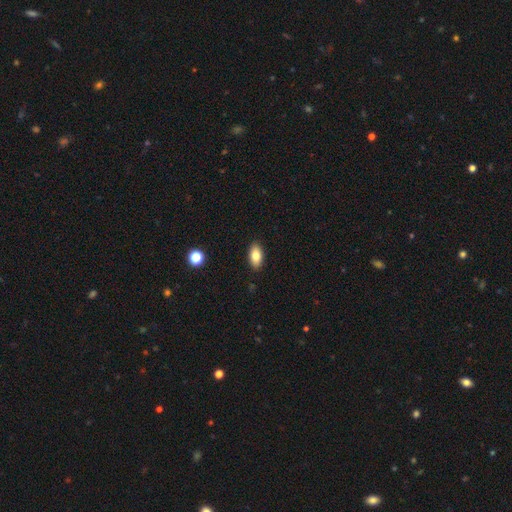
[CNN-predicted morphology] This is clearly a smooth galaxy (82%). How rounded: clearly in between (91%). Merging: clearly none (89%).